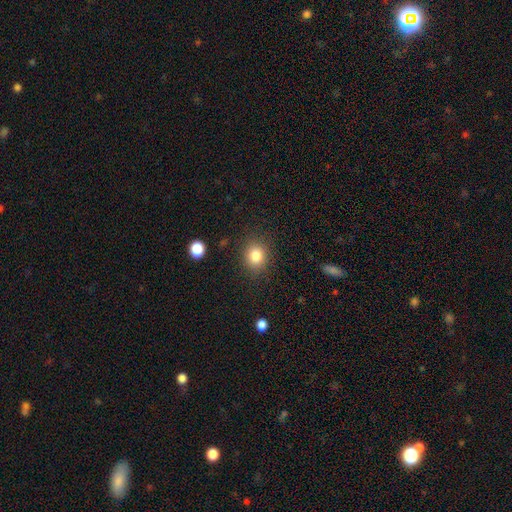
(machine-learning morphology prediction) smooth_or_featured: smooth (p=0.83) [alt: star or artifact p=0.11]
how_rounded: round (p=0.73) [alt: in between p=0.26]
merging: none (p=0.87) [alt: minor disturbance p=0.09]